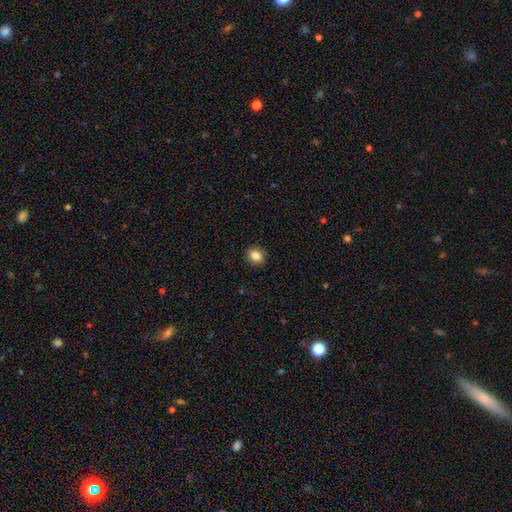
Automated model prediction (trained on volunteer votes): Morphology: type=smooth (85%); roundness=round (85%); merging=none (92%).